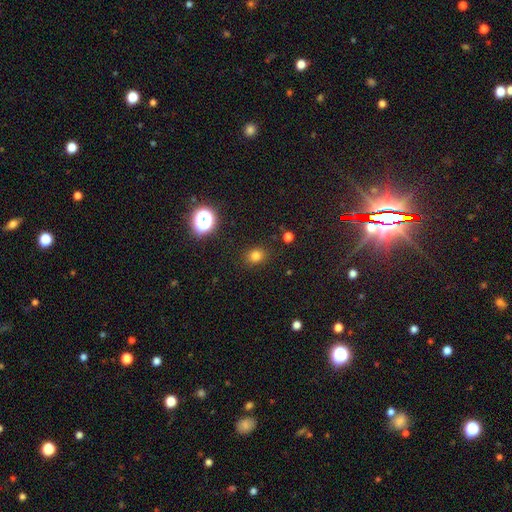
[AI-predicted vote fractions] This is likely a smooth galaxy (79%). How rounded: likely round (65%). Merging: clearly none (87%).